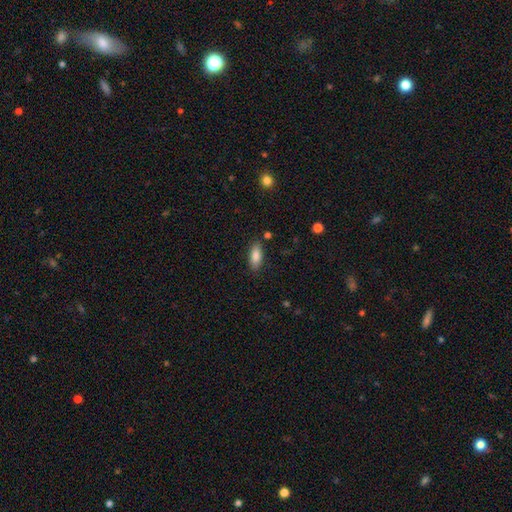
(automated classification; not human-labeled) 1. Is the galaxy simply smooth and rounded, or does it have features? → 85% smooth, 8% featured or disk, 7% star or artifact.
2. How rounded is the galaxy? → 78% in between, 20% cigar-shaped, 2% round.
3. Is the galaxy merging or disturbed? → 84% none, 11% minor disturbance, 3% major disturbance, 3% merger.